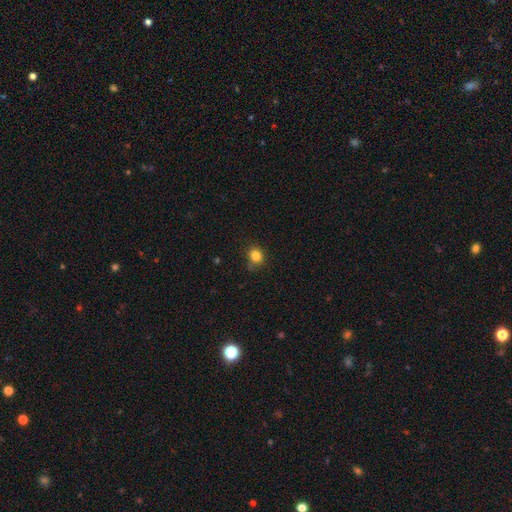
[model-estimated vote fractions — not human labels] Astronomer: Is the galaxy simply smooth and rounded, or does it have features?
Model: smooth — 83%.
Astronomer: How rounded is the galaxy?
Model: round — 77%.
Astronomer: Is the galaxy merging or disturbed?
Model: none — 76%.